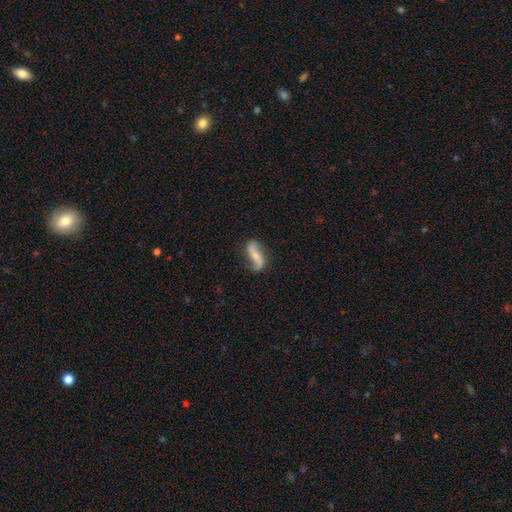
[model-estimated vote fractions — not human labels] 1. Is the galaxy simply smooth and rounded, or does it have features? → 73% featured or disk, 21% smooth, 6% star or artifact.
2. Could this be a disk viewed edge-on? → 93% no, 7% yes.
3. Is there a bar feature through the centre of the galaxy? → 41% no, 30% weak, 29% strong.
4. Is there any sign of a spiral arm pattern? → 93% yes, 7% no.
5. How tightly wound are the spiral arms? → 85% loose, 11% medium, 4% tight.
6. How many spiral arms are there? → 91% 2, 4% 1, 2% can't tell, 1% 3, 1% 4, 1% more than 4.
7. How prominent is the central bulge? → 51% small, 29% moderate, 16% none, 3% large, 2% dominant.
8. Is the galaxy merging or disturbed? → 73% none, 17% minor disturbance, 7% major disturbance, 2% merger.